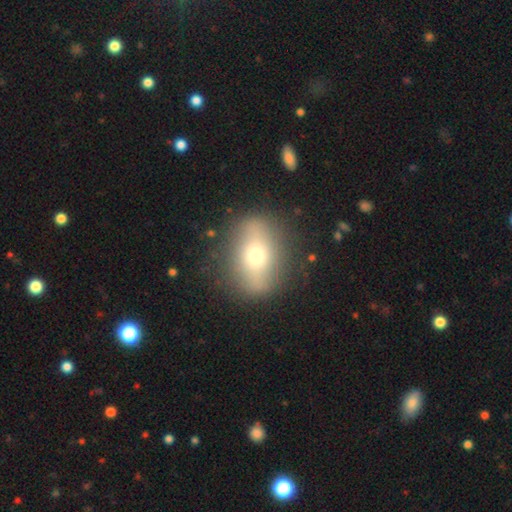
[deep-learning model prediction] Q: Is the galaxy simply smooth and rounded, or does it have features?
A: smooth — 51%.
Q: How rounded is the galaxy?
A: in between — 50%.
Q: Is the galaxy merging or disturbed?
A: none — 80%.